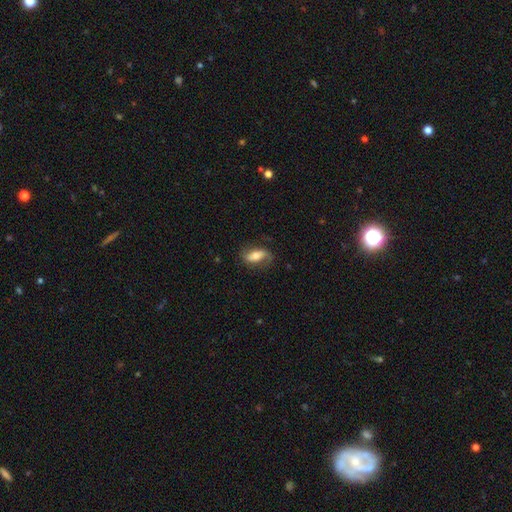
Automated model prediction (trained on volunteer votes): Smooth or featured? Predicted: smooth (p=0.51). How rounded? Predicted: in between (p=0.82). Merging? Predicted: none (p=0.67).